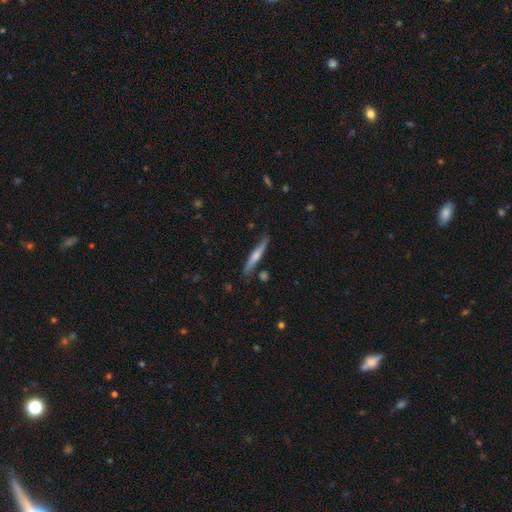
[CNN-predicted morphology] A featured or disk galaxy (54%) viewed edge-on (93%) with a rounded central bulge (73%).

Vote fractions:
- Smooth or featured? featured or disk: 54% / smooth: 41% / star or artifact: 5%
- Edge-on disk? yes: 93% / no: 7%
- Edge-on bulge? rounded: 73% / none: 18% / boxy: 9%
- Merging? none: 80% / minor disturbance: 14% / merger: 3% / major disturbance: 3%